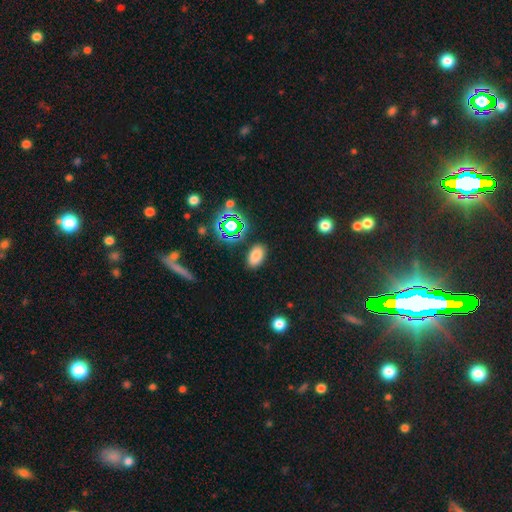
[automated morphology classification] Smooth or featured?
  - smooth: 75% *
  - star or artifact: 18%
  - featured or disk: 7%
How rounded?
  - in between: 90% *
  - round: 9%
  - cigar-shaped: 2%
Merging?
  - none: 86% *
  - minor disturbance: 9%
  - major disturbance: 3%
  - merger: 2%